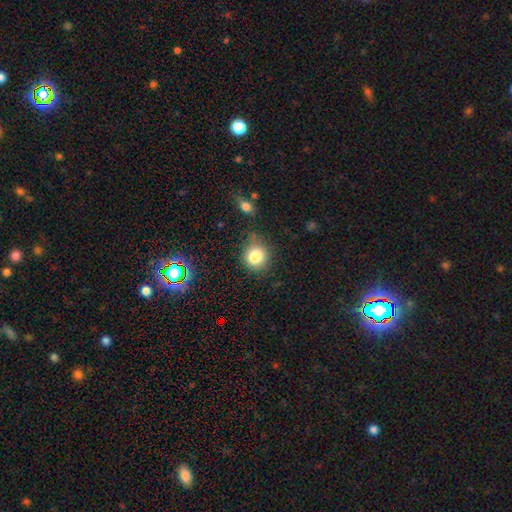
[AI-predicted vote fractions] Smooth or featured? smooth (80%)
How rounded? round (72%)
Merging? none (66%)